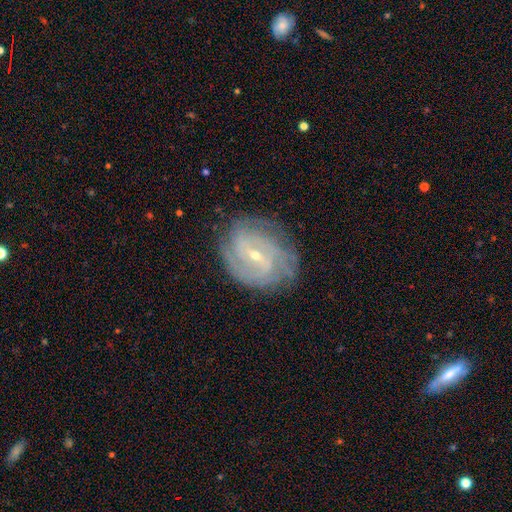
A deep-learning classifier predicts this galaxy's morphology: smooth-or-featured: featured or disk: 86% | smooth: 8% | star or artifact: 6%
  disk-edge-on: no: 97% | yes: 3%
    bar: weak: 51% | strong: 27% | no: 22%
    has-spiral-arms: yes: 95% | no: 5%
      spiral-winding: tight: 66% | medium: 28% | loose: 7%
      spiral-arm-count: can't tell: 32% | 2: 21% | 3: 18% | 4: 17% | more than 4: 7% | 1: 6%
    bulge-size: small: 69% | moderate: 28% | none: 1% | large: 1% | dominant: 1%
  merging: none: 78% | minor disturbance: 16% | major disturbance: 5% | merger: 1%